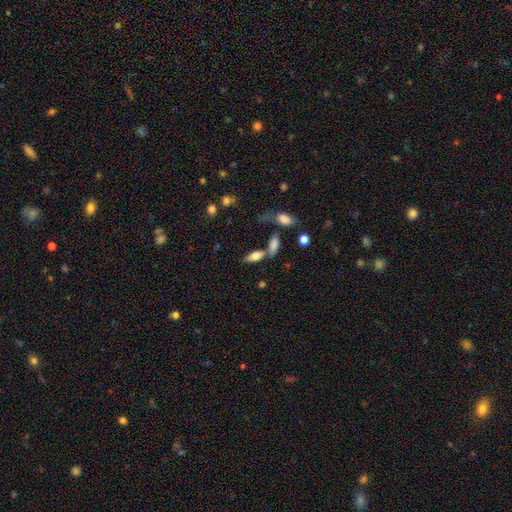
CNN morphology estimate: A smooth galaxy with no disk features (67%) that is in between round and cigar-shaped (78%). Merging: none (58%).